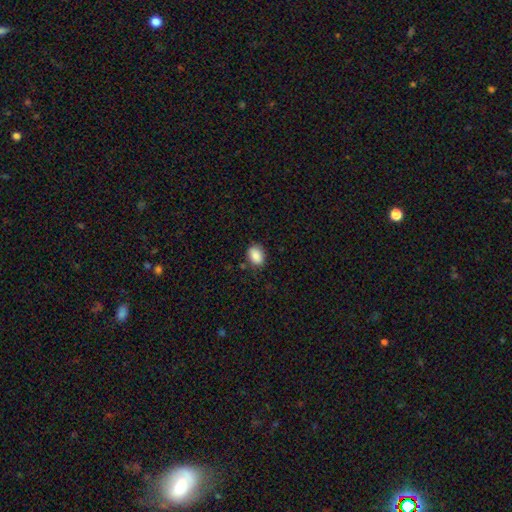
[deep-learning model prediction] Morphology: type=smooth (89%); roundness=in between (78%); merging=none (80%).